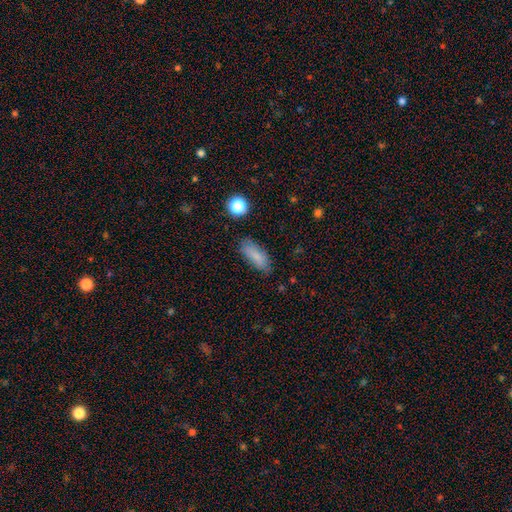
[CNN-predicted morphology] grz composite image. It shows a smooth galaxy with no disk features (83%) that is in between round and cigar-shaped (74%). Merging: none (76%).